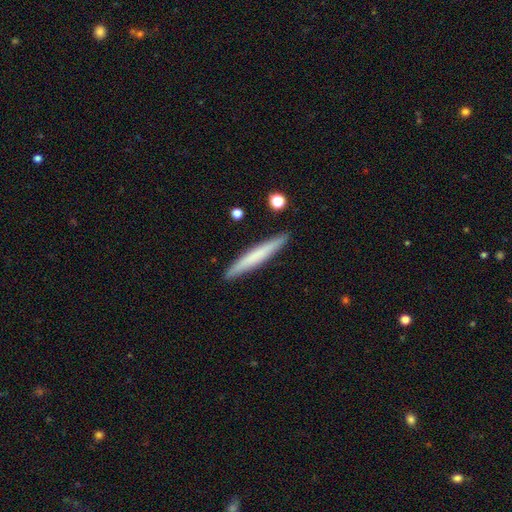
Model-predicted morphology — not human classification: smooth 63%, featured or disk 31%, star or artifact 6%. Down the decision tree: how rounded — cigar-shaped (96%); merging — none (91%).